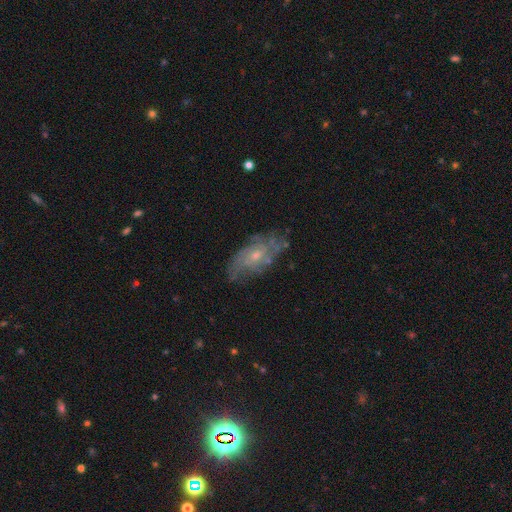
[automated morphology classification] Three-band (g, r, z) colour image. It shows a featured or disk galaxy (74%) with no bar (74%), tight (43%) spiral arms (84%) and a small central bulge (60%). Merging: none (68%).